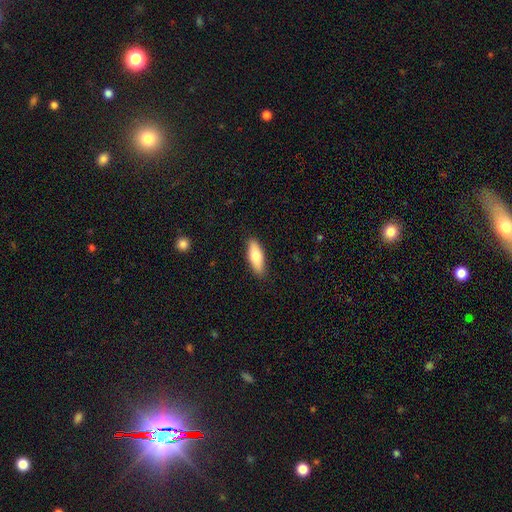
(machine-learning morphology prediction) A smooth galaxy with no disk features (73%) that is in between round and cigar-shaped (65%).

Vote fractions:
- Smooth or featured? smooth: 73% / featured or disk: 21% / star or artifact: 6%
- How rounded? in between: 65% / cigar-shaped: 33% / round: 2%
- Merging? none: 88% / minor disturbance: 9% / major disturbance: 2% / merger: 1%